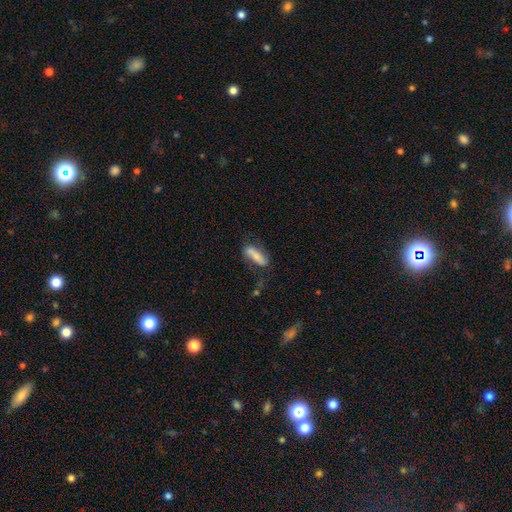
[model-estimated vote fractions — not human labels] Morphology: type=smooth (61%); roundness=cigar-shaped (51%); merging=none (65%).